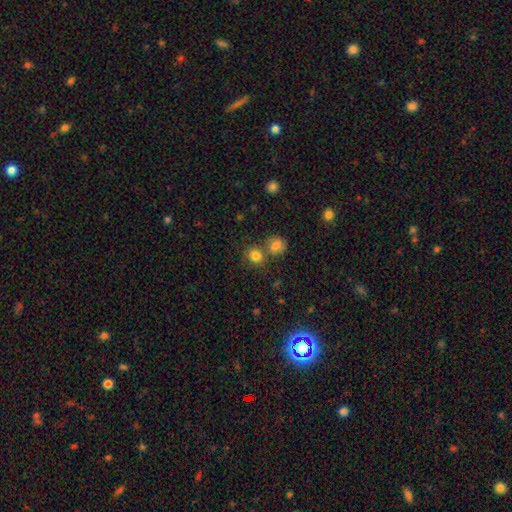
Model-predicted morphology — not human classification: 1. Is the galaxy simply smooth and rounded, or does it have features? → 81% smooth, 12% star or artifact, 7% featured or disk.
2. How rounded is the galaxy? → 78% round, 21% in between, 1% cigar-shaped.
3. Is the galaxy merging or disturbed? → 59% none, 29% merger, 9% minor disturbance, 3% major disturbance.